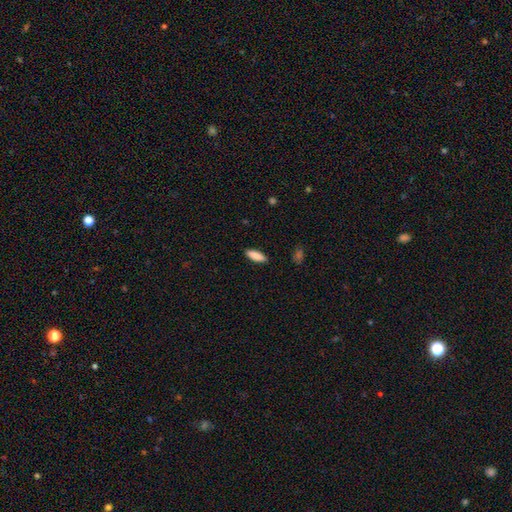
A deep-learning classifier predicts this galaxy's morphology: A smooth galaxy with no disk features (88%) that is in between round and cigar-shaped (61%). Merging: none (89%).